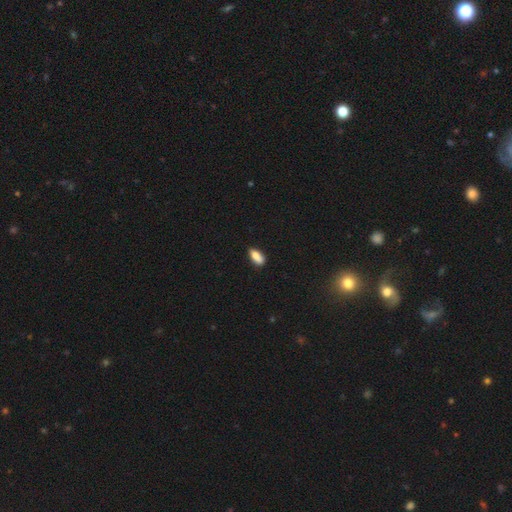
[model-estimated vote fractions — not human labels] The model was most divided on "merging": none: 68%, minor disturbance: 20%, merger: 7%, major disturbance: 4%. More confident: smooth or featured — smooth (81%); how rounded — in between (80%).